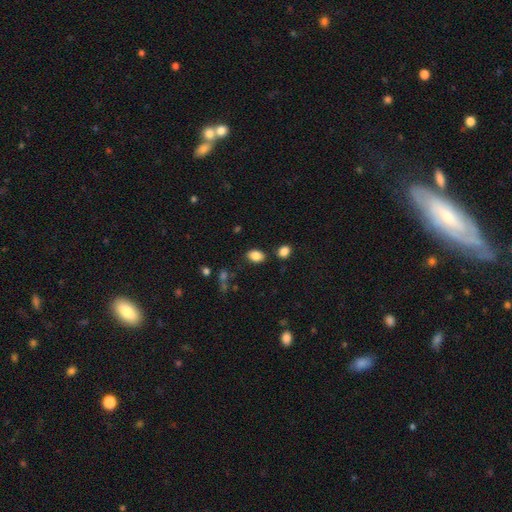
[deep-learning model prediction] Smooth or featured? Predicted: smooth (p=0.86). How rounded? Predicted: in between (p=0.84). Merging? Predicted: none (p=0.79).